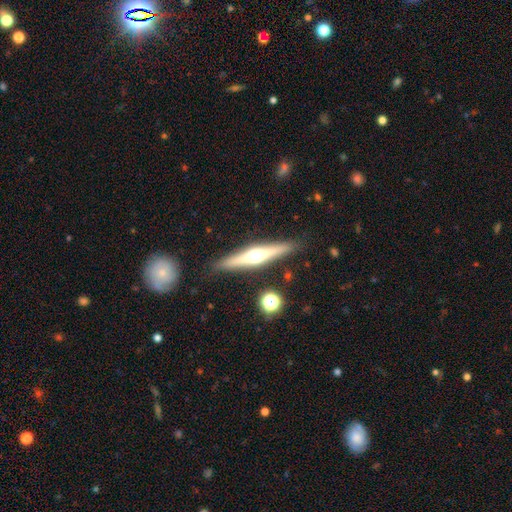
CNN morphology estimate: The model was most divided on "smooth or featured": featured or disk: 70%, smooth: 23%, star or artifact: 7%. More confident: edge-on disk — yes (97%); edge-on bulge — rounded (94%); merging — none (89%).